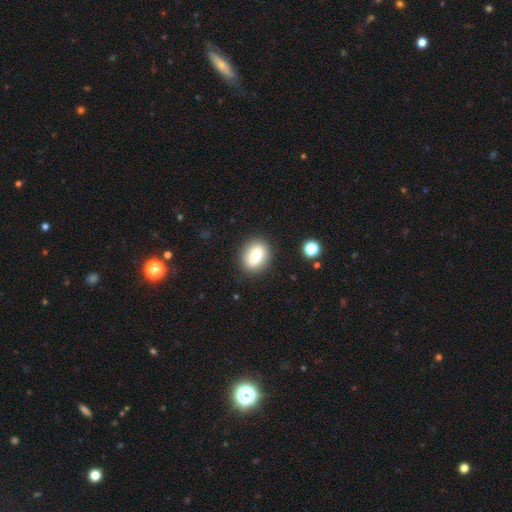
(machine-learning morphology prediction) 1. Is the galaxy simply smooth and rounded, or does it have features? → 81% smooth, 10% featured or disk, 8% star or artifact.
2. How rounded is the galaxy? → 69% in between, 29% round, 2% cigar-shaped.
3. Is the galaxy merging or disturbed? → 85% none, 10% minor disturbance, 3% major disturbance, 2% merger.